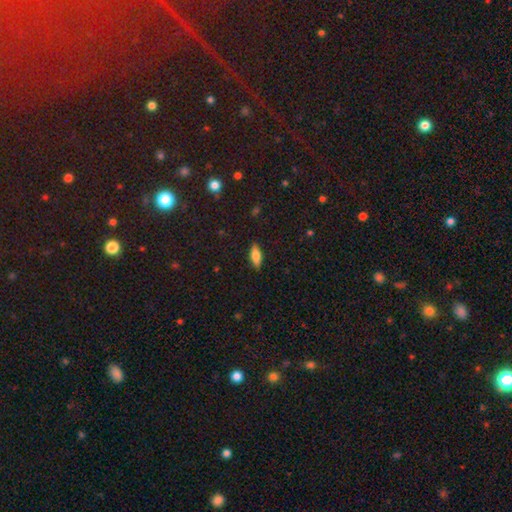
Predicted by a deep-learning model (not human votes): Smooth or featured?
  - smooth: 73% *
  - featured or disk: 19%
  - star or artifact: 7%
How rounded?
  - in between: 70% *
  - cigar-shaped: 27%
  - round: 3%
Merging?
  - none: 88% *
  - minor disturbance: 9%
  - major disturbance: 2%
  - merger: 1%